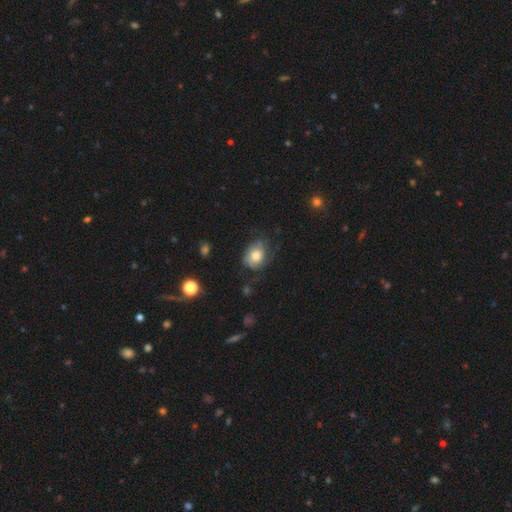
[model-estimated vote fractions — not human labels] A smooth galaxy with no disk features (58%) that is in between round and cigar-shaped (54%).

Vote fractions:
- Smooth or featured? smooth: 58% / featured or disk: 33% / star or artifact: 9%
- How rounded? in between: 54% / round: 45% / cigar-shaped: 1%
- Merging? none: 54% / minor disturbance: 27% / major disturbance: 17% / merger: 2%